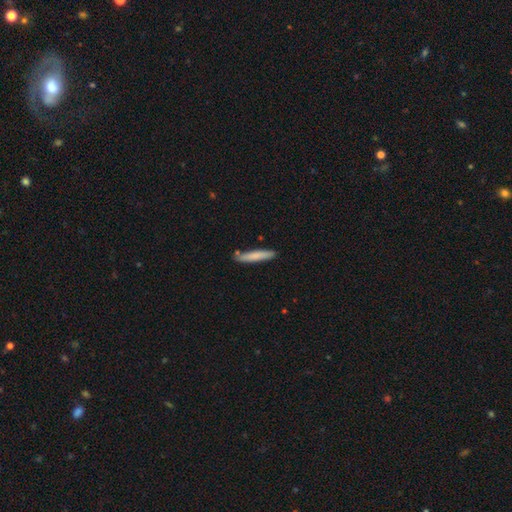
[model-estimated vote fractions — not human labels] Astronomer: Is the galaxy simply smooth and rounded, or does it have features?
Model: smooth — 77%.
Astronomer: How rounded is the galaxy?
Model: cigar-shaped — 92%.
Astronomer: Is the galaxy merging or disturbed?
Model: none — 82%.